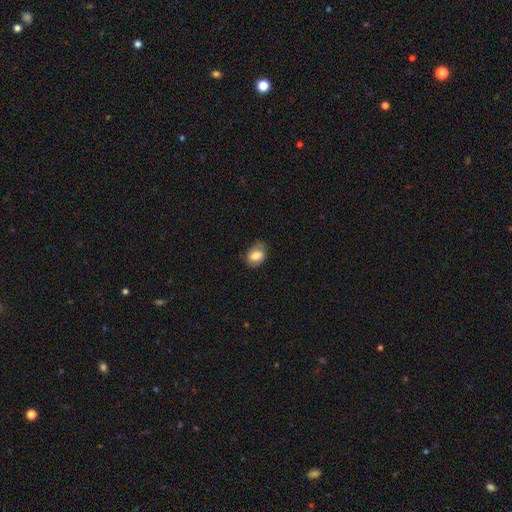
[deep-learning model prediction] Smooth or featured? Predicted: smooth (p=0.74). How rounded? Predicted: in between (p=0.68). Merging? Predicted: none (p=0.64).